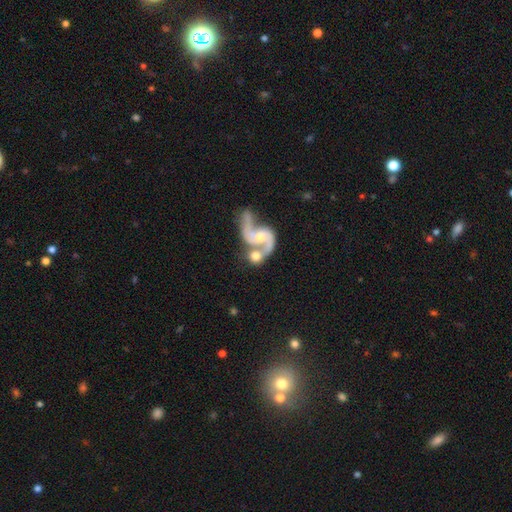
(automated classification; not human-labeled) Smooth or featured? Predicted: featured or disk (p=0.79). Edge-on disk? Predicted: no (p=0.98). Bar? Predicted: no (p=0.53). Spiral arms? Predicted: yes (p=0.92). Spiral winding? Predicted: loose (p=0.59). Spiral arm count? Predicted: 2 (p=0.88). Bulge size? Predicted: moderate (p=0.51). Merging? Predicted: merger (p=0.53).